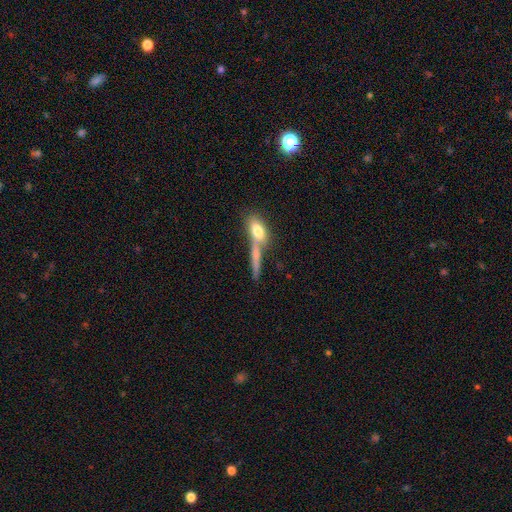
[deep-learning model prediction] smooth 66%, featured or disk 26%, star or artifact 8%. Down the decision tree: how rounded — cigar-shaped (59%); merging — none (44%).